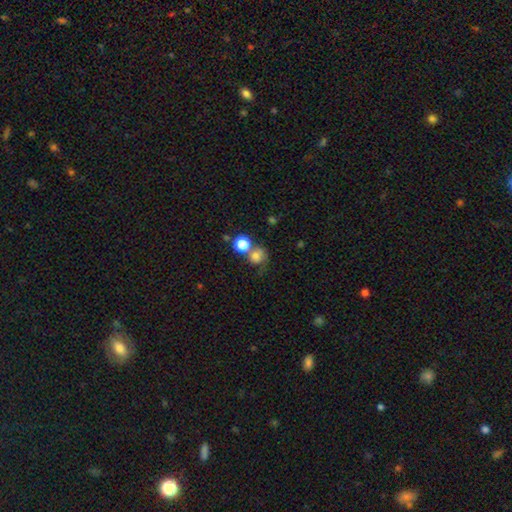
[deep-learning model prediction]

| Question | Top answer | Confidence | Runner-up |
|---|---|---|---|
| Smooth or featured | smooth | 71% | featured or disk (15%) |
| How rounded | round | 81% | in between (18%) |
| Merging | none | 43% | merger (31%) |